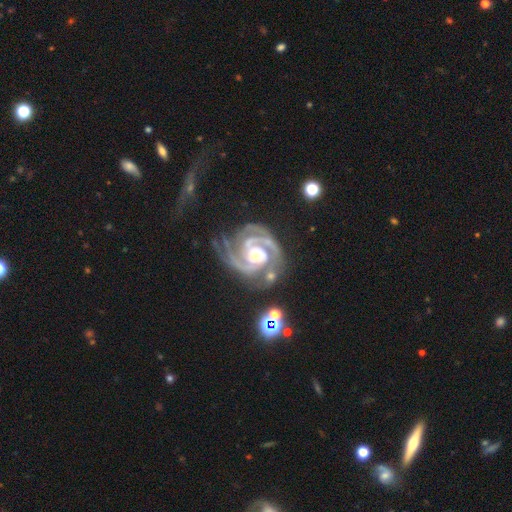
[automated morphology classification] Smooth or featured? featured or disk (92%)
Edge-on disk? no (98%)
Bar? no (62%)
Spiral arms? yes (99%)
Spiral winding? tight (65%)
Spiral arm count? 2 (51%)
Bulge size? small (58%)
Merging? none (59%)